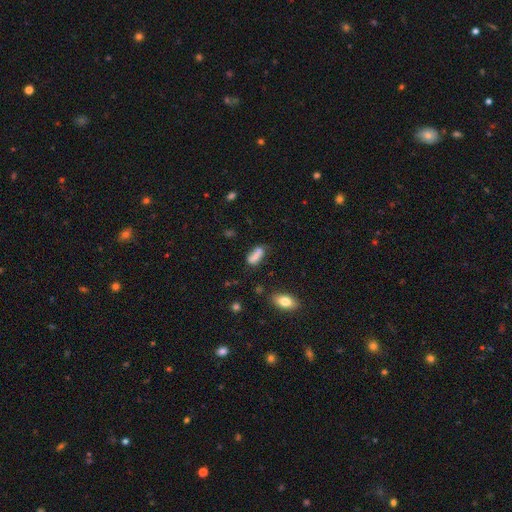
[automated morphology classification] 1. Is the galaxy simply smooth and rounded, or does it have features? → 73% smooth, 17% featured or disk, 10% star or artifact.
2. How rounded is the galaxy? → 72% in between, 23% cigar-shaped, 4% round.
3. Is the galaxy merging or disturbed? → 51% none, 24% minor disturbance, 14% merger, 10% major disturbance.